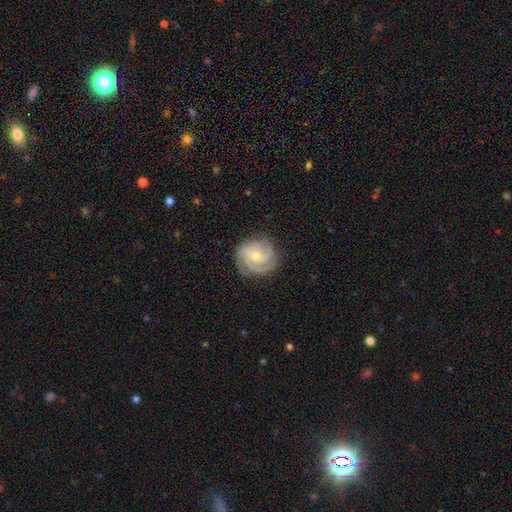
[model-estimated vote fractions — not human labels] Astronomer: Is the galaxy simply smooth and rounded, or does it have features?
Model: featured or disk — 81%.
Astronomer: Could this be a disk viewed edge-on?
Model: no — 98%.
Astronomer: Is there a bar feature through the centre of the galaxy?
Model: no — 74%.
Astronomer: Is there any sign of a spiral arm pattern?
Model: yes — 97%.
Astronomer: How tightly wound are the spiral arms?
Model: tight — 66%.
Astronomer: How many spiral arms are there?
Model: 3 — 52%.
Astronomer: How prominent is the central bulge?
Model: small — 58% (runner-up: moderate, 39%).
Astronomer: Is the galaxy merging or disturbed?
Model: none — 81%.